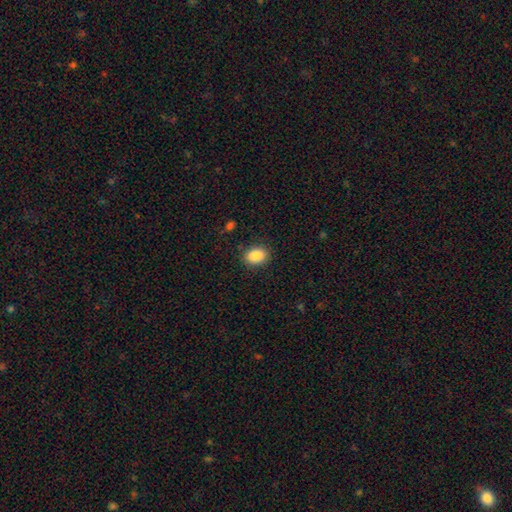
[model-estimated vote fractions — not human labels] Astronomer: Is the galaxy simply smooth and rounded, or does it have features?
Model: smooth — 89%.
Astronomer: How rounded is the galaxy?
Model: in between — 76%.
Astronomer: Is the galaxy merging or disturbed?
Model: none — 87%.